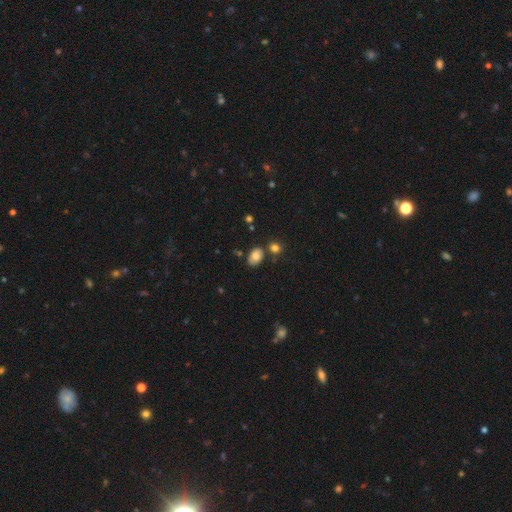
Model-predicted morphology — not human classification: Overall: smooth (80%). How rounded: in between (86%). Merging: none (70%).